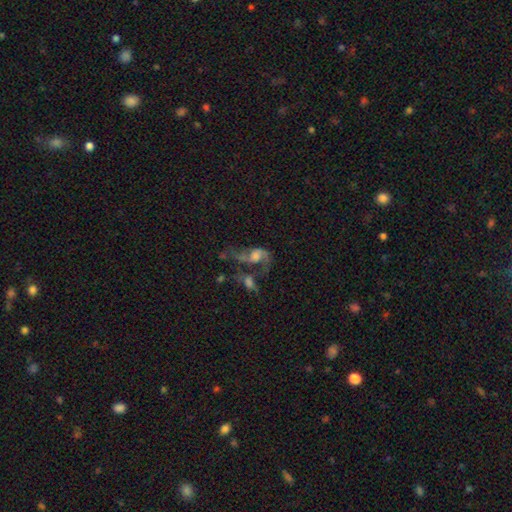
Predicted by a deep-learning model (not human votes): smooth_or_featured: featured or disk (p=0.63) [alt: smooth p=0.23]
disk_edge_on: no (p=0.95) [alt: yes p=0.05]
bar: no (p=0.63) [alt: weak p=0.30]
has_spiral_arms: yes (p=0.75) [alt: no p=0.25]
bulge_size: moderate (p=0.37) [alt: large p=0.22]
merging: merger (p=0.43) [alt: major disturbance p=0.28]